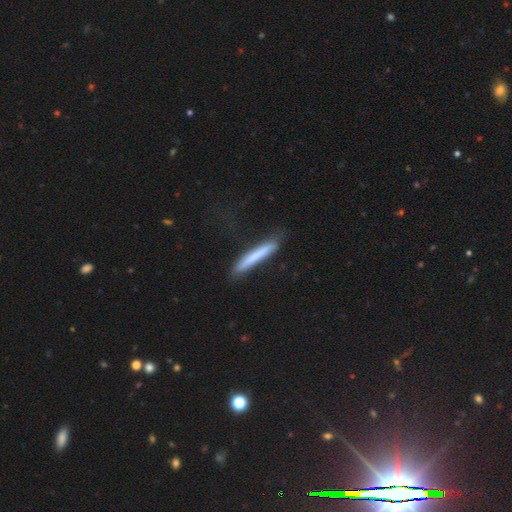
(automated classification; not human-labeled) Smooth or featured?
  - smooth: 72% *
  - featured or disk: 22%
  - star or artifact: 6%
How rounded?
  - cigar-shaped: 96% *
  - in between: 3%
  - round: 1%
Merging?
  - none: 81% *
  - minor disturbance: 14%
  - major disturbance: 4%
  - merger: 2%